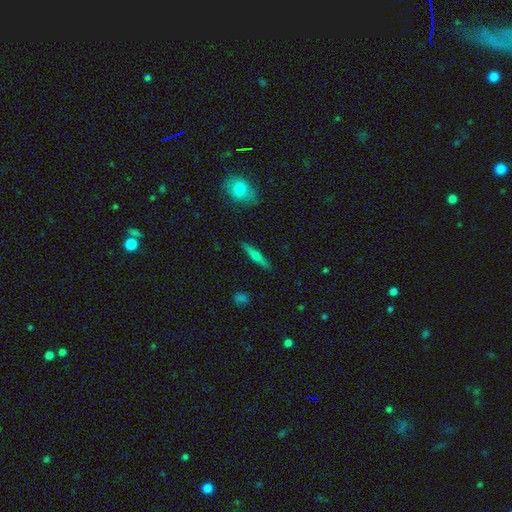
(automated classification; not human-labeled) smooth_or_featured: smooth (p=0.51) [alt: featured or disk p=0.42]
how_rounded: cigar-shaped (p=0.87) [alt: in between p=0.10]
merging: none (p=0.89) [alt: minor disturbance p=0.08]